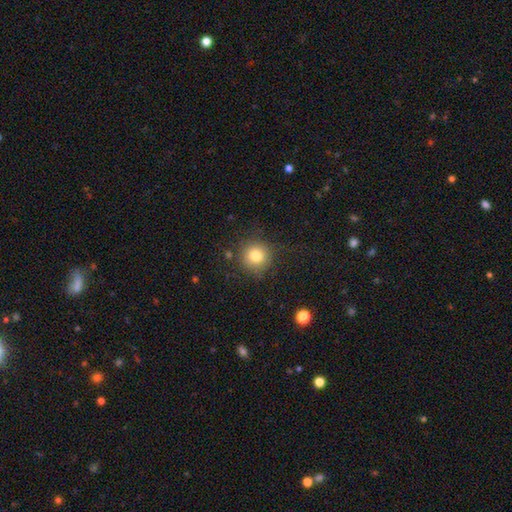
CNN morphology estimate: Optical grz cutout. It shows a smooth galaxy with no disk features (79%) that is round (93%). Merging: none (81%).